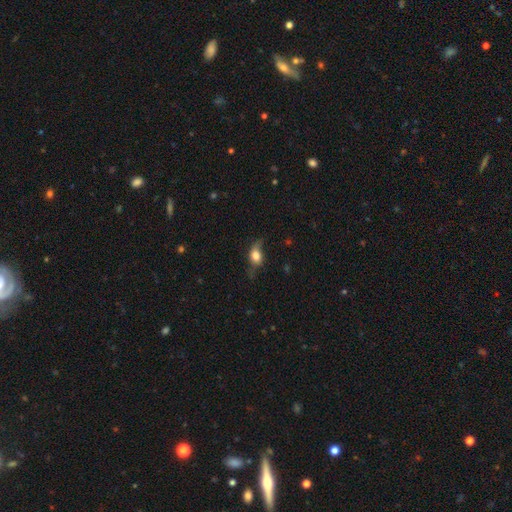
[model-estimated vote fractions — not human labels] smooth 64%, featured or disk 28%, star or artifact 9%. Down the decision tree: how rounded — in between (68%); merging — none (55%).